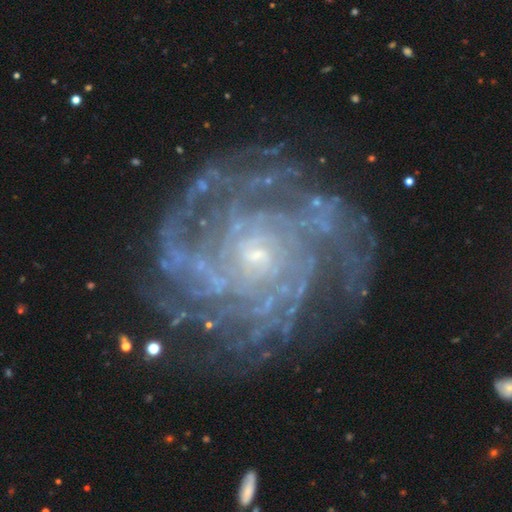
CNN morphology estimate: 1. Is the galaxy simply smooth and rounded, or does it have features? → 89% featured or disk, 6% star or artifact, 4% smooth.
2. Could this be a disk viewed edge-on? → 98% no, 2% yes.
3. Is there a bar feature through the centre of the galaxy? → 75% no, 19% weak, 6% strong.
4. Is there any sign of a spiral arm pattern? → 97% yes, 3% no.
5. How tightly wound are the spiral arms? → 71% tight, 24% medium, 5% loose.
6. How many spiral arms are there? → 28% more than 4, 23% can't tell, 19% 4, 12% 3, 10% 2, 8% 1.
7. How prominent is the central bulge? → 80% small, 14% moderate, 3% none, 1% large, 1% dominant.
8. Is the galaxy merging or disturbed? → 77% none, 14% minor disturbance, 7% major disturbance, 2% merger.